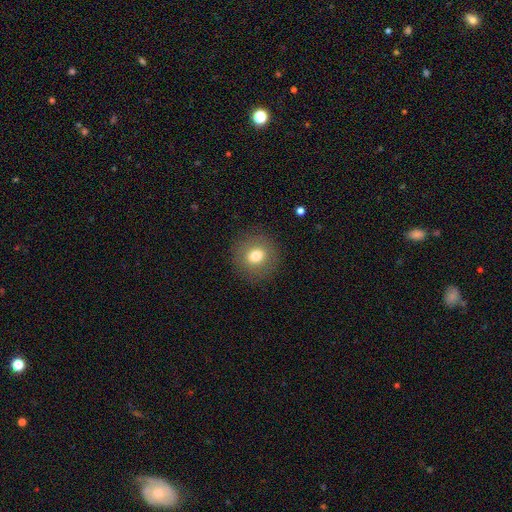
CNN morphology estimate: Smooth or featured? smooth (76%)
How rounded? round (88%)
Merging? none (89%)